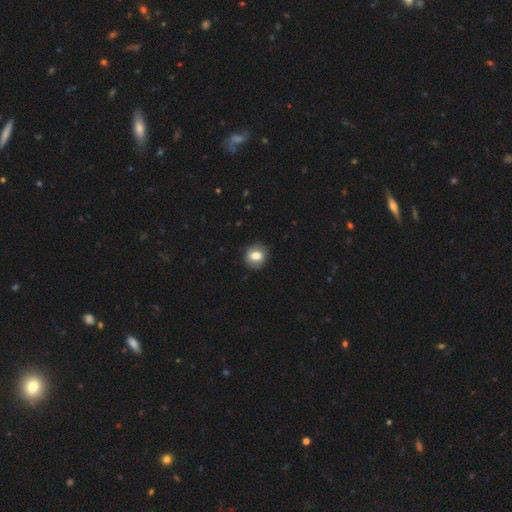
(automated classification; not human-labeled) smooth_or_featured: smooth (p=0.75) [alt: featured or disk p=0.17]
how_rounded: round (p=0.69) [alt: in between p=0.30]
merging: none (p=0.85) [alt: minor disturbance p=0.11]